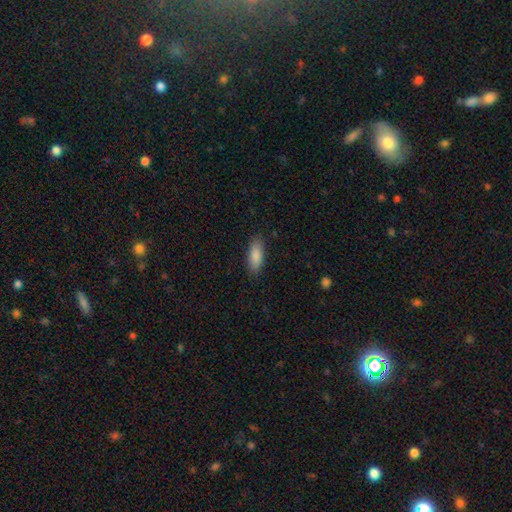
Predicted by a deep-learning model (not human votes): Overall: smooth (88%). How rounded: in between (76%). Merging: none (87%).